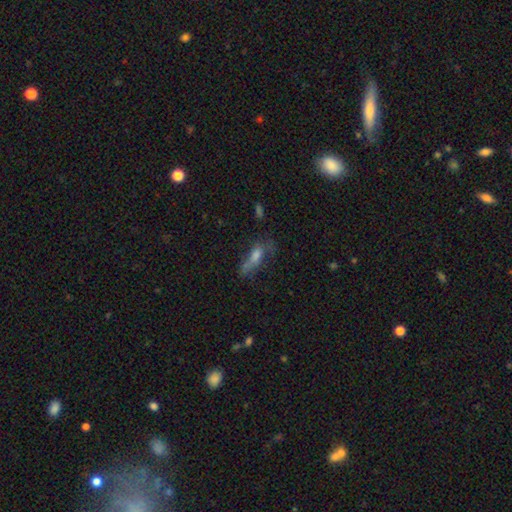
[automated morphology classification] Overall: smooth (49%; featured or disk 34%). Merging: none (41%; major disturbance 28%).